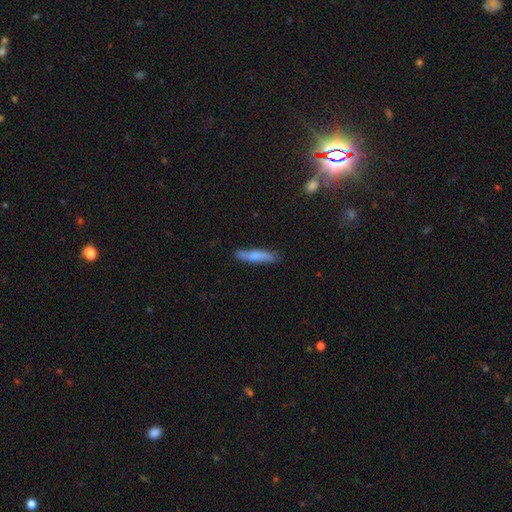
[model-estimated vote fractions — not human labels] The model was most divided on "smooth or featured": smooth: 58%, featured or disk: 36%, star or artifact: 6%. More confident: how rounded — cigar-shaped (82%); merging — none (81%).